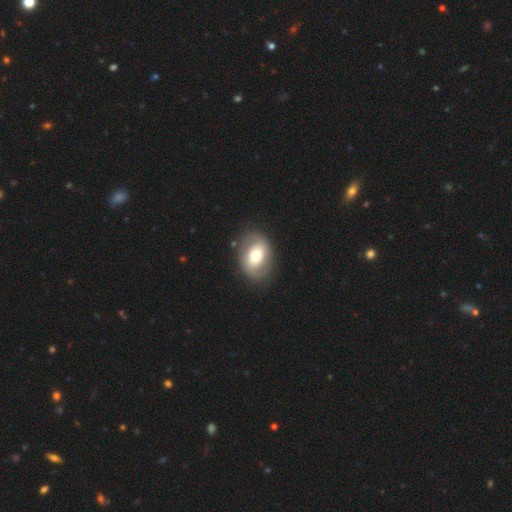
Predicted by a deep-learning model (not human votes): Smooth or featured? smooth (54%)
How rounded? in between (71%)
Merging? none (82%)